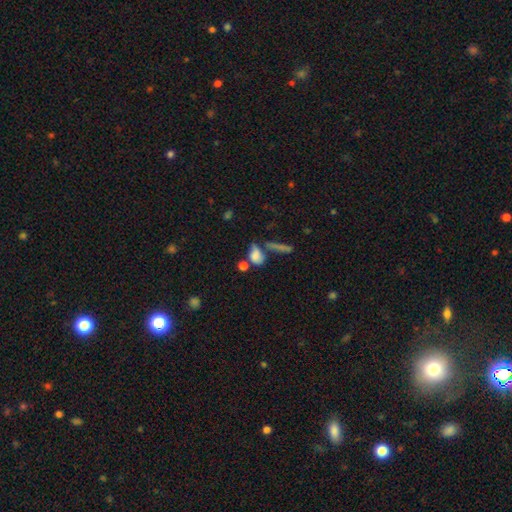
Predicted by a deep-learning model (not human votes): smooth 76%, featured or disk 13%, star or artifact 11%. Down the decision tree: how rounded — in between (64%); merging — none (37%).